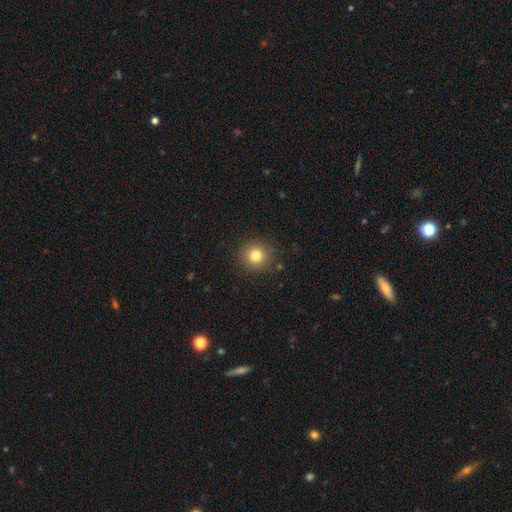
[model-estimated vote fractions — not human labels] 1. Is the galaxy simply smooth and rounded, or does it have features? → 80% smooth, 12% star or artifact, 8% featured or disk.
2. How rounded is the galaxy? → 93% round, 6% in between, 1% cigar-shaped.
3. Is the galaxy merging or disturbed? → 89% none, 7% minor disturbance, 2% major disturbance, 1% merger.